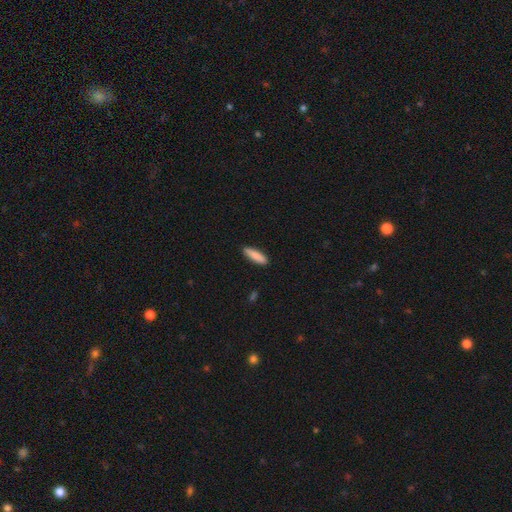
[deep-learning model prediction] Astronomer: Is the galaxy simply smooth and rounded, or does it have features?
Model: smooth — 88%.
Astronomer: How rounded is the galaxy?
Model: cigar-shaped — 64%.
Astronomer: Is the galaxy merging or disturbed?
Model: none — 89%.